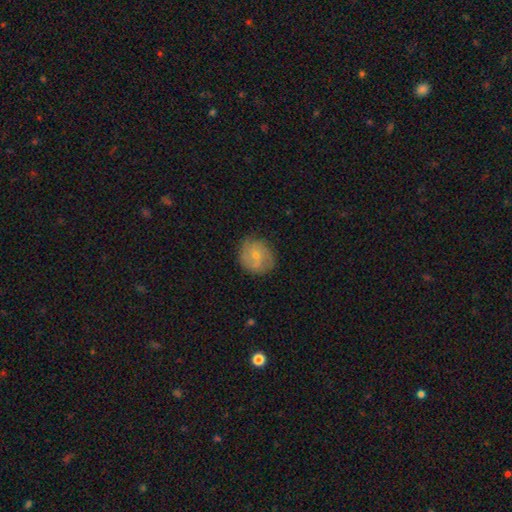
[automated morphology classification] Q: Smooth or featured?
A: featured or disk (47%); runner-up: smooth (45%)
Q: Merging?
A: none (76%); runner-up: minor disturbance (17%)